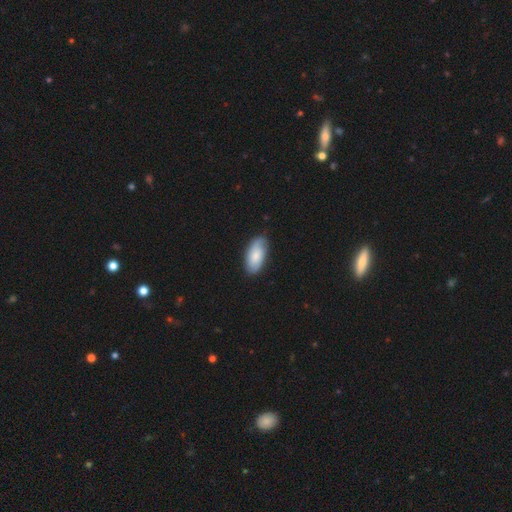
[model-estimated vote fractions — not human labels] smooth-or-featured: smooth: 68% | featured or disk: 26% | star or artifact: 6%
  how-rounded: in between: 93% | cigar-shaped: 5% | round: 2%
  merging: none: 81% | minor disturbance: 15% | major disturbance: 3% | merger: 1%